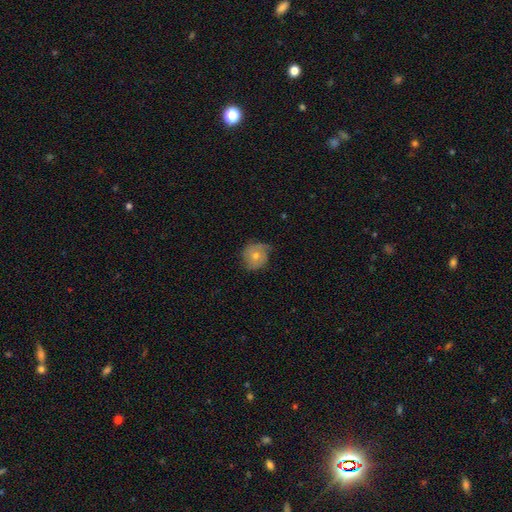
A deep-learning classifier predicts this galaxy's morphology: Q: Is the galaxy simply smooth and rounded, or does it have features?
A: smooth — 58%.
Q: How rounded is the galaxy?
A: round — 84%.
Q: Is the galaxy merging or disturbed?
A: none — 59%.